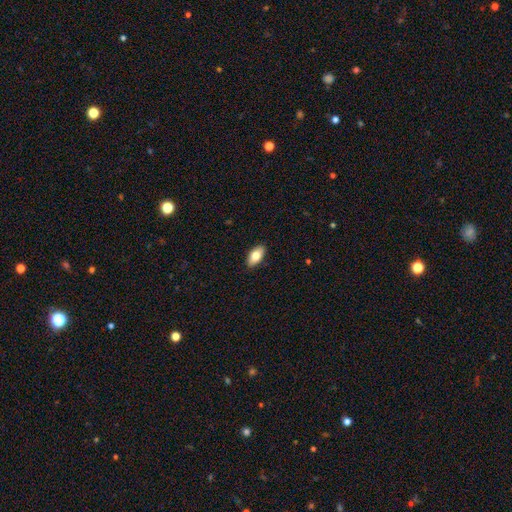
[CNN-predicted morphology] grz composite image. It shows a smooth galaxy with no disk features (79%) that is in between round and cigar-shaped (92%). Merging: none (90%).